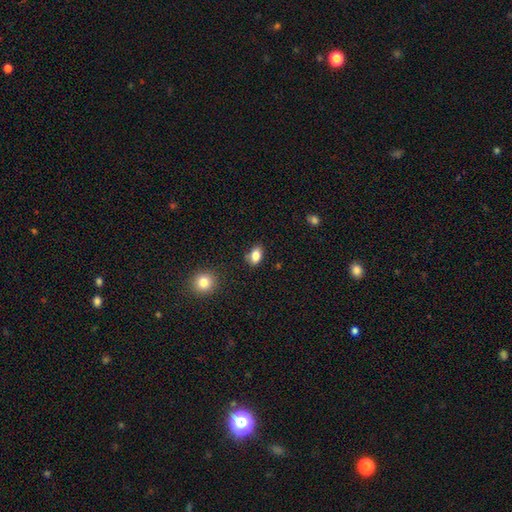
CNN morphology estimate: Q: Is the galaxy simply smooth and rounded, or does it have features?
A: smooth — 85%.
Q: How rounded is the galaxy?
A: in between — 87%.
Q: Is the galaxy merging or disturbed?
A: none — 79%.